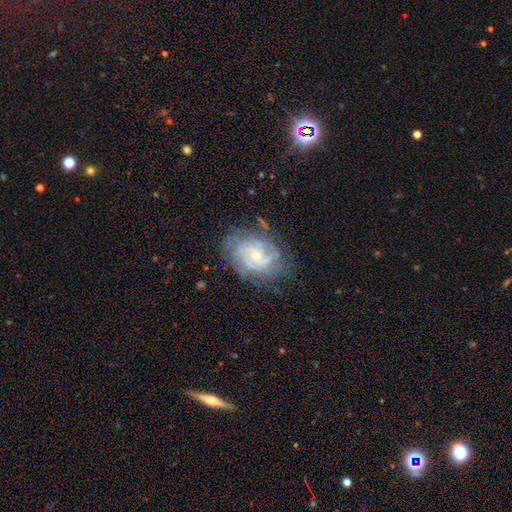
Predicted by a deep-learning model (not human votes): Overall: featured or disk (80%). Edge-on disk: no (97%). Bar: no (70%). Spiral arms: yes (93%). Spiral arm count: can't tell (40%; 2 18%). Spiral winding: tight (66%; medium 27%). Bulge size: small (71%). Merging: none (74%).